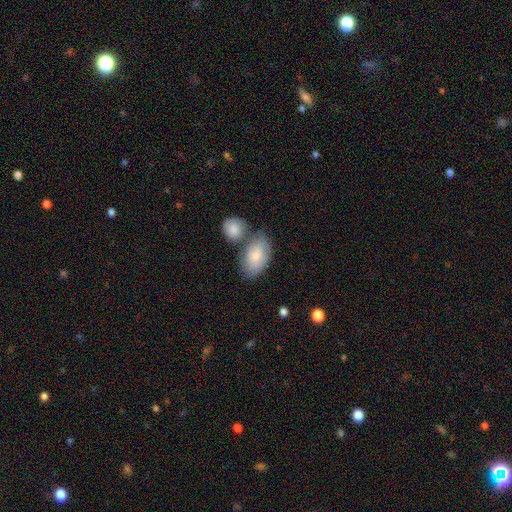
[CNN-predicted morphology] This appears to be a smooth galaxy with no disk features (75%) that is in between round and cigar-shaped (91%). Merging: none (48%).